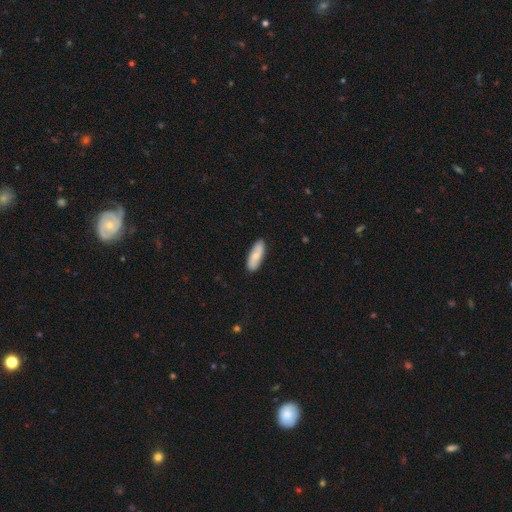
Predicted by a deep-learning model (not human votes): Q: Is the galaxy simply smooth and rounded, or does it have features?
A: smooth — 72%.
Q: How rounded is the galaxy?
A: in between — 60%.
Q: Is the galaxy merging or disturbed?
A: none — 87%.